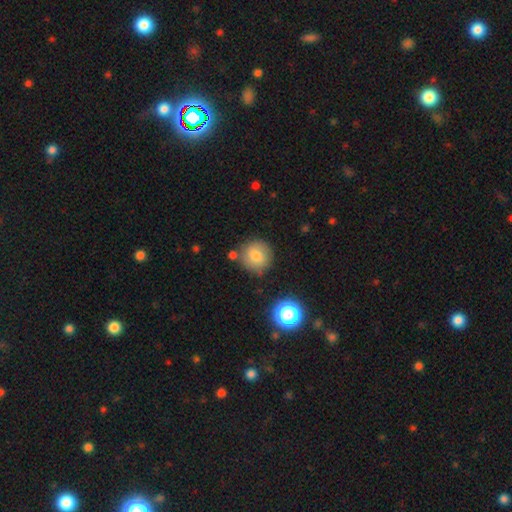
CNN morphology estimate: Smooth or featured?
  - smooth: 77% *
  - featured or disk: 12%
  - star or artifact: 11%
How rounded?
  - round: 91% *
  - in between: 8%
  - cigar-shaped: 1%
Merging?
  - none: 77% *
  - minor disturbance: 13%
  - merger: 6%
  - major disturbance: 4%